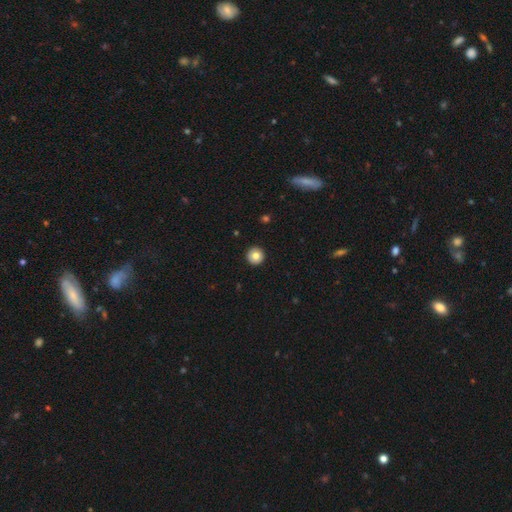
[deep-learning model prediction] The model was most divided on "smooth or featured": smooth: 82%, featured or disk: 9%, star or artifact: 9%. More confident: how rounded — round (96%); merging — none (94%).